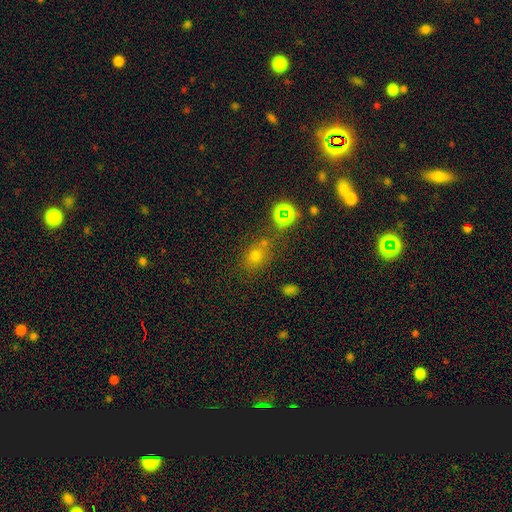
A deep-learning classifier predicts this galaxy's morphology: smooth-or-featured: smooth: 61% | star or artifact: 29% | featured or disk: 11%
  how-rounded: round: 59% | in between: 40% | cigar-shaped: 1%
  merging: none: 63% | merger: 18% | minor disturbance: 13% | major disturbance: 6%